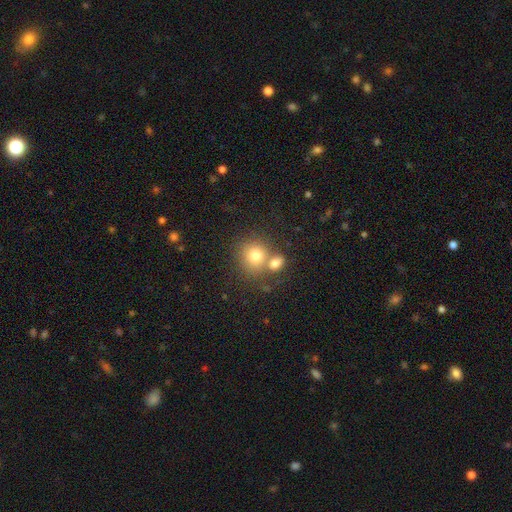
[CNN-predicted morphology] smooth_or_featured: smooth (p=0.79) [alt: star or artifact p=0.11]
how_rounded: round (p=0.78) [alt: in between p=0.21]
merging: none (p=0.46) [alt: merger p=0.41]